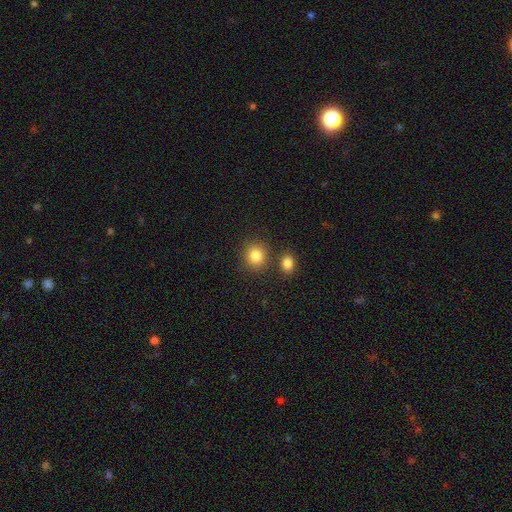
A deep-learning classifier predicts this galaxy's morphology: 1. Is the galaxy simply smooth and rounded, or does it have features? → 85% smooth, 10% star or artifact, 5% featured or disk.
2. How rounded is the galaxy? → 79% round, 20% in between, 1% cigar-shaped.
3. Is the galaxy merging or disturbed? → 79% none, 10% merger, 9% minor disturbance, 3% major disturbance.